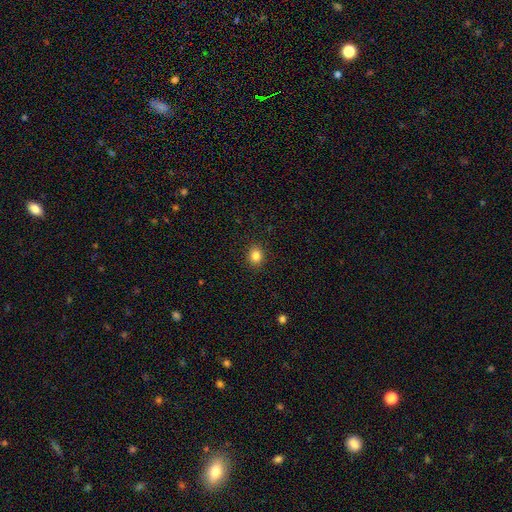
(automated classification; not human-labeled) Smooth or featured: smooth — 84% (star or artifact — 11%)
How rounded: round — 64% (in between — 35%)
Merging: none — 91% (minor disturbance — 6%)